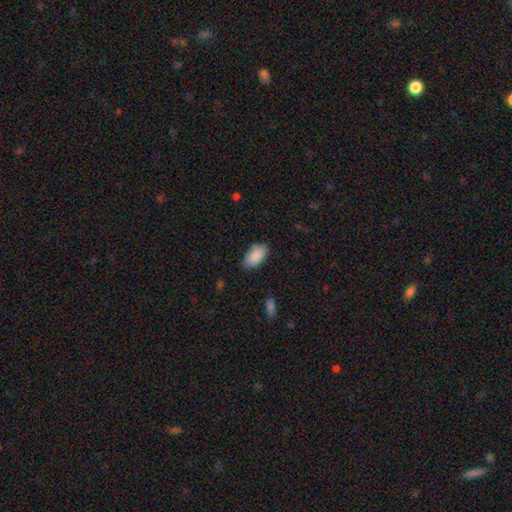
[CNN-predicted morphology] Smooth or featured?
  - smooth: 89% *
  - star or artifact: 6%
  - featured or disk: 5%
How rounded?
  - in between: 94% *
  - round: 3%
  - cigar-shaped: 3%
Merging?
  - none: 82% *
  - minor disturbance: 14%
  - major disturbance: 3%
  - merger: 1%